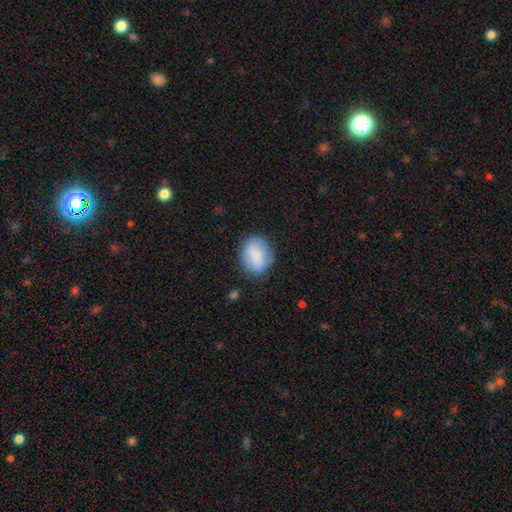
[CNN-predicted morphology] A smooth galaxy with no disk features (81%) that is round (50%).

Vote fractions:
- Smooth or featured? smooth: 81% / featured or disk: 12% / star or artifact: 7%
- How rounded? round: 50% / in between: 49% / cigar-shaped: 1%
- Merging? none: 76% / minor disturbance: 17% / major disturbance: 5% / merger: 2%